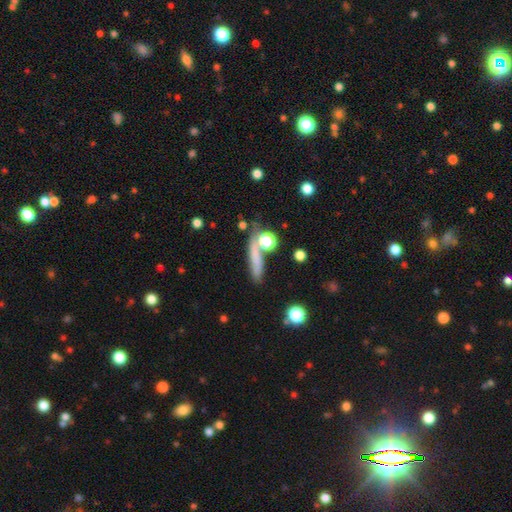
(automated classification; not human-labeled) Smooth or featured? Predicted: smooth (p=0.68). How rounded? Predicted: cigar-shaped (p=0.73). Merging? Predicted: none (p=0.63).